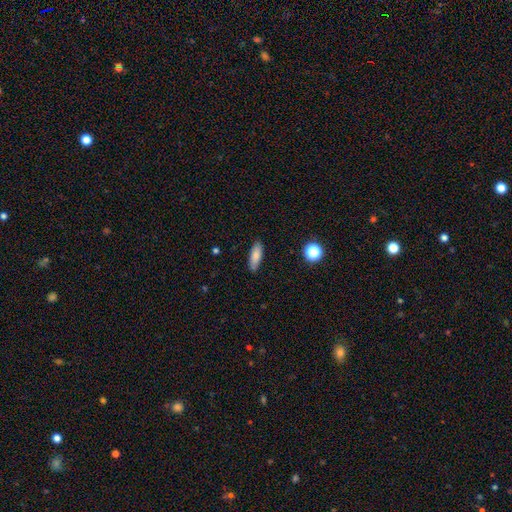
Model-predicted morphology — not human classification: A smooth galaxy with no disk features (80%) that is in between round and cigar-shaped (64%). Merging: none (86%).